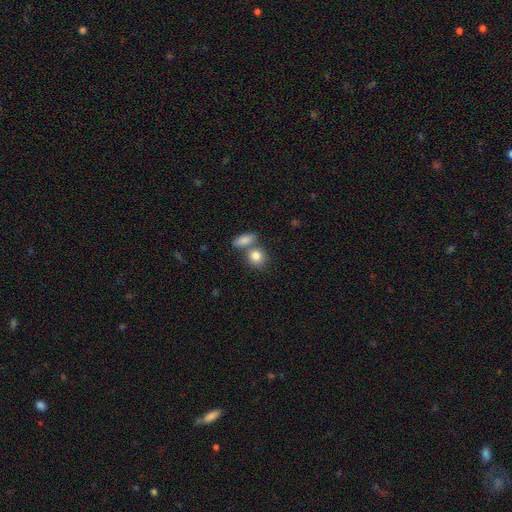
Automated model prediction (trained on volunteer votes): smooth 83%, featured or disk 9%, star or artifact 8%. Down the decision tree: how rounded — round (63%); merging — none (49%).